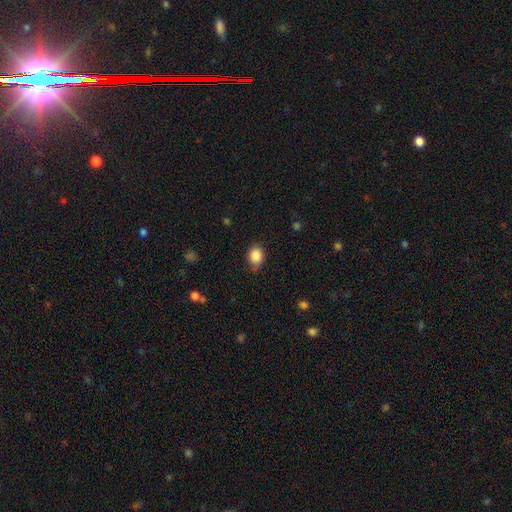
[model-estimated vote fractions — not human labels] smooth_or_featured: smooth (p=0.87) [alt: star or artifact p=0.09]
how_rounded: in between (p=0.54) [alt: round p=0.45]
merging: none (p=0.75) [alt: minor disturbance p=0.20]